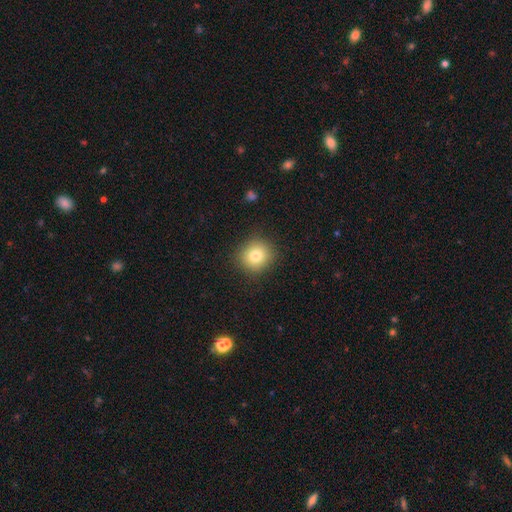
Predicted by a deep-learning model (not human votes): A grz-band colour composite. It shows a smooth galaxy with no disk features (79%) that is round (89%). Merging: none (89%).